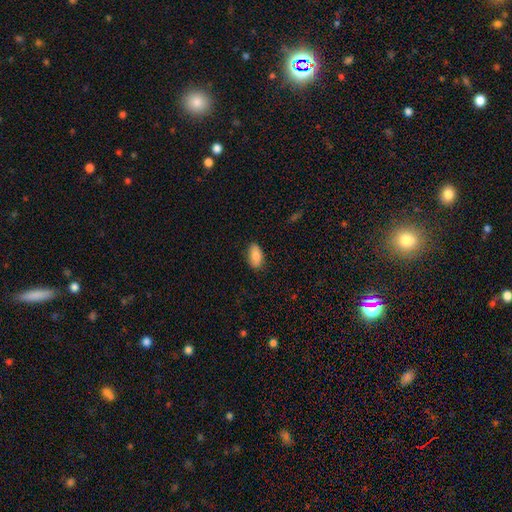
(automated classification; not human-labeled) smooth 84%, featured or disk 9%, star or artifact 7%. Down the decision tree: how rounded — in between (92%); merging — none (84%).